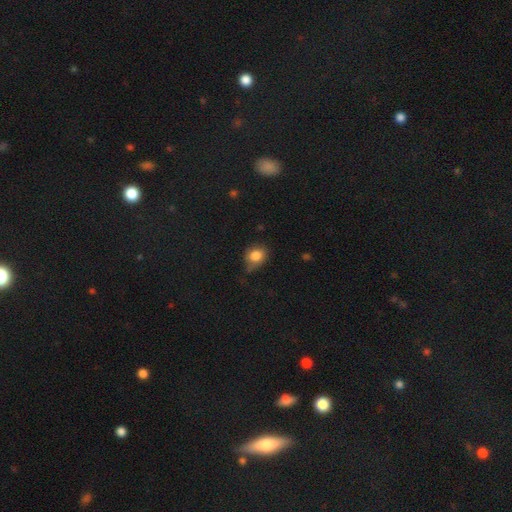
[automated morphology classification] Smooth or featured? Predicted: smooth (p=0.82). How rounded? Predicted: round (p=0.58). Merging? Predicted: none (p=0.52).